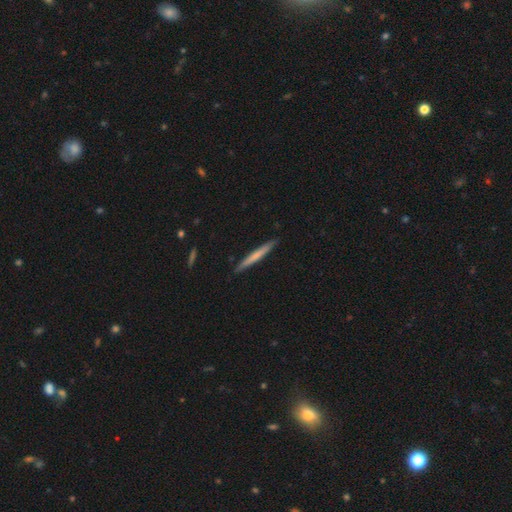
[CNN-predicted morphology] Q: Smooth or featured?
A: smooth (60%); runner-up: featured or disk (35%)
Q: How rounded?
A: cigar-shaped (97%); runner-up: in between (2%)
Q: Merging?
A: none (91%); runner-up: minor disturbance (7%)